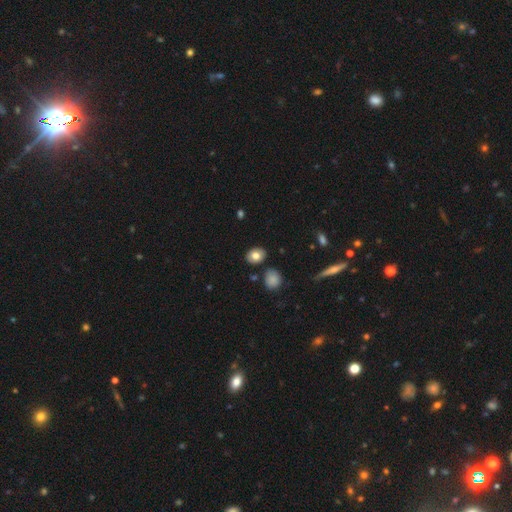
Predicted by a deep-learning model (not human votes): Smooth or featured? Predicted: smooth (p=0.78). How rounded? Predicted: in between (p=0.61). Merging? Predicted: none (p=0.83).